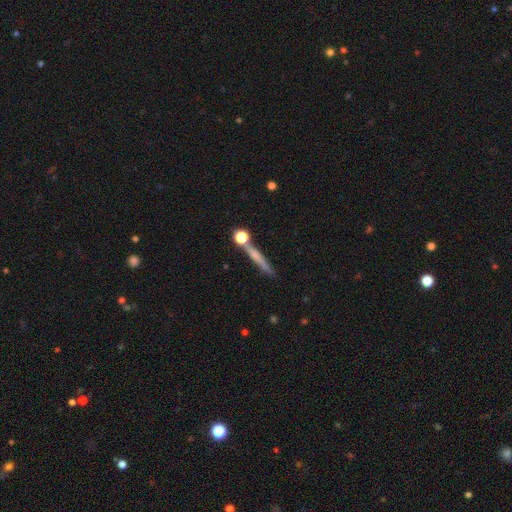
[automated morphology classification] Smooth or featured?
  - smooth: 49% *
  - featured or disk: 41%
  - star or artifact: 10%
Merging?
  - none: 73% *
  - merger: 12%
  - minor disturbance: 11%
  - major disturbance: 4%